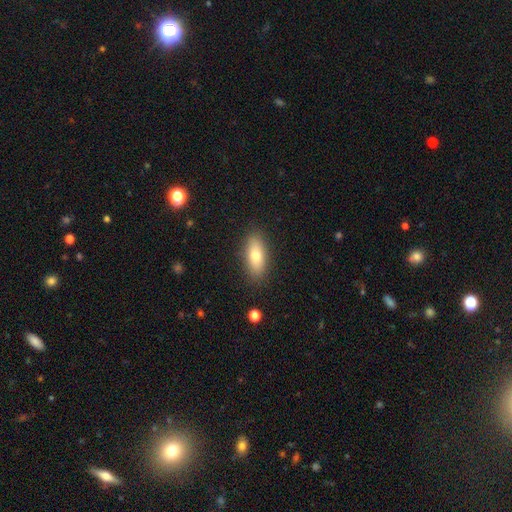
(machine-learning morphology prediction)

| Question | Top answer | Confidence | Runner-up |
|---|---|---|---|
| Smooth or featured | smooth | 75% | featured or disk (18%) |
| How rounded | in between | 81% | cigar-shaped (15%) |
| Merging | none | 87% | minor disturbance (9%) |